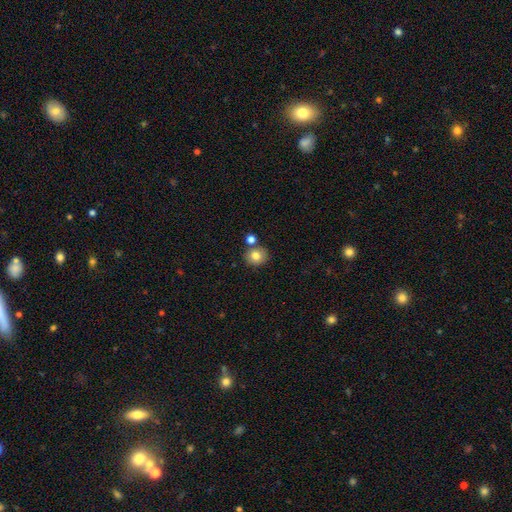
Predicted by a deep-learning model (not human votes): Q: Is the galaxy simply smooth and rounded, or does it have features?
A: smooth — 81%.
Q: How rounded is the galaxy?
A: round — 84%.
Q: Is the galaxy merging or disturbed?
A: none — 73%.